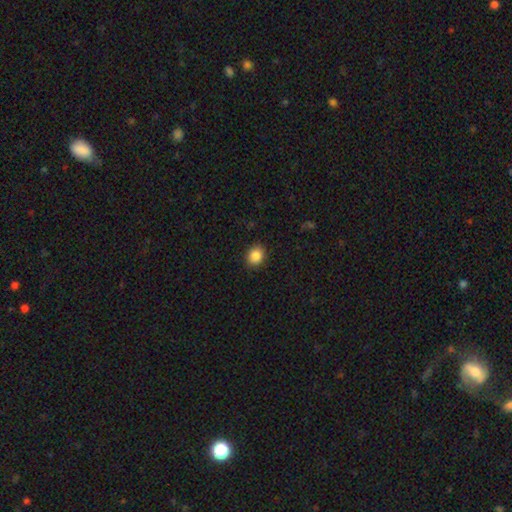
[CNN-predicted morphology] The model was most divided on "how rounded": round: 61%, in between: 39%, cigar-shaped: 1%. More confident: merging — none (89%); smooth or featured — smooth (87%).